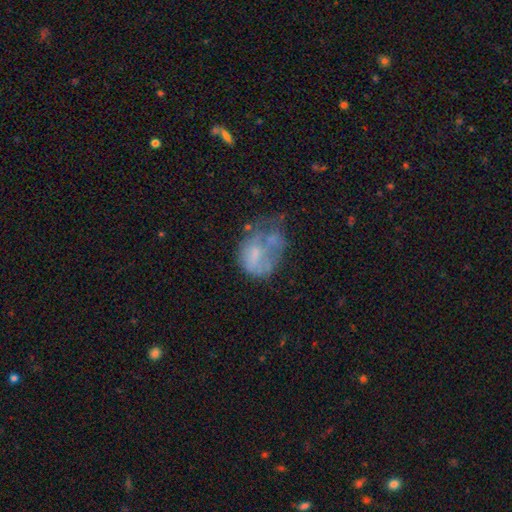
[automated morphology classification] A smooth galaxy with no disk features (46%). Merging: major disturbance (38%).